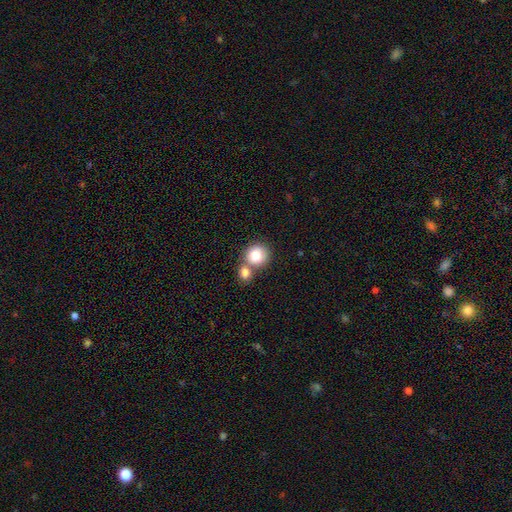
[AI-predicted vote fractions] Overall: smooth (81%). How rounded: round (87%). Merging: none (49%; merger 41%).